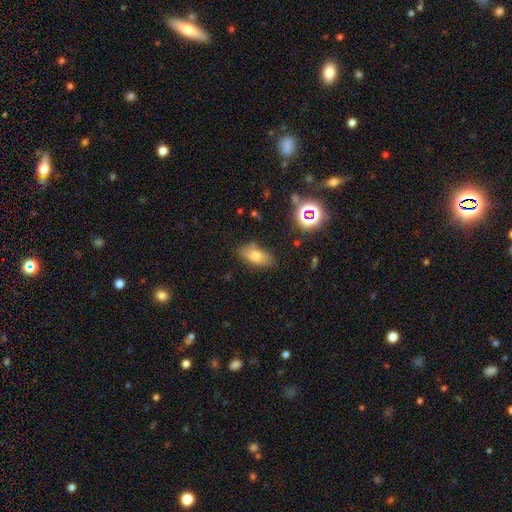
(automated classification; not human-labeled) This is likely a smooth galaxy (72%). How rounded: clearly in between (88%). Merging: likely none (79%).